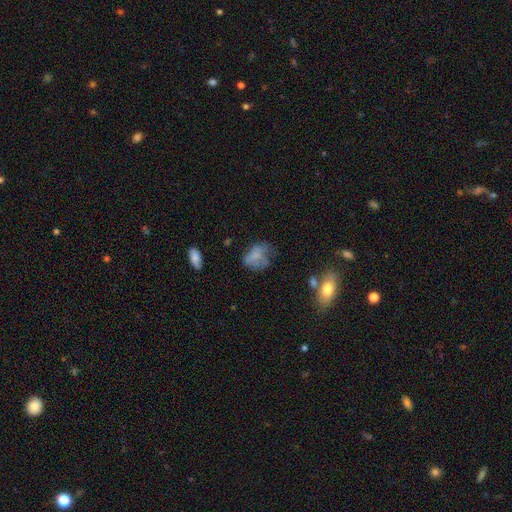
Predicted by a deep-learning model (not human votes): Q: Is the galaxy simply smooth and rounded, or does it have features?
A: smooth — 62%.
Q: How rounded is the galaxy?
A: in between — 70%.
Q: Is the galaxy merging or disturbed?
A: none — 37%.